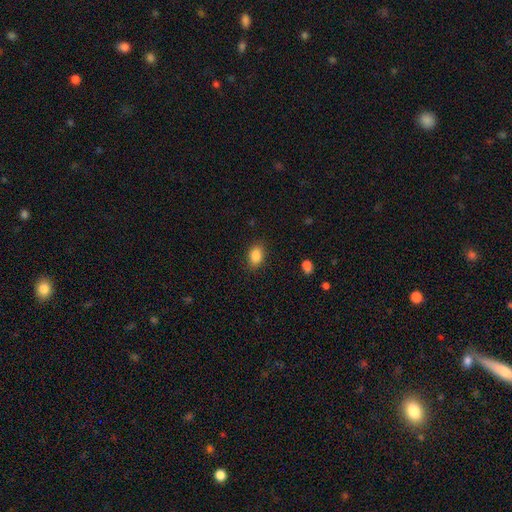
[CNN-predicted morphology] Smooth or featured? Predicted: smooth (p=0.86). How rounded? Predicted: in between (p=0.81). Merging? Predicted: none (p=0.86).